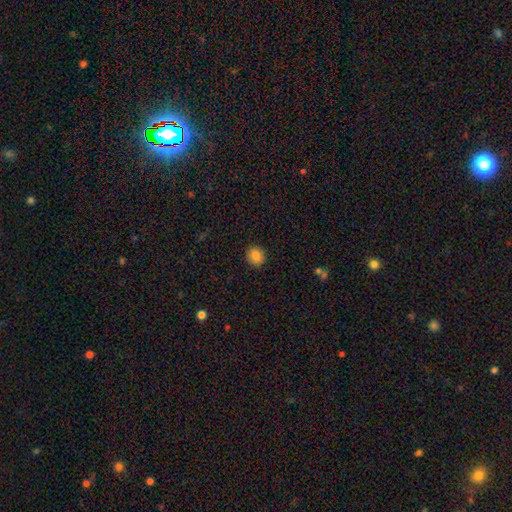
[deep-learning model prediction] Morphology: type=smooth (86%); roundness=round (81%); merging=none (90%).